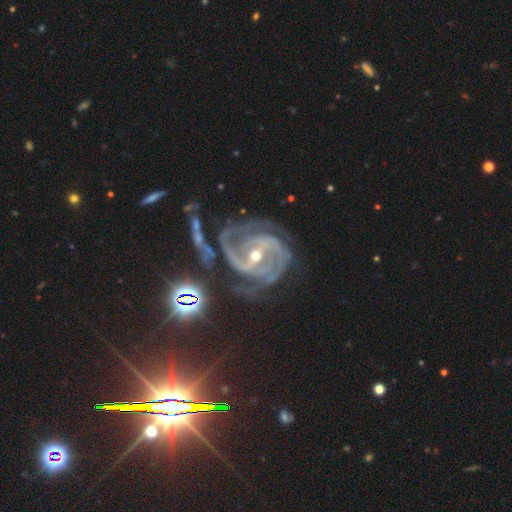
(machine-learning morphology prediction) Smooth or featured: featured or disk — 92% (star or artifact — 5%)
Edge-on disk: no — 98% (yes — 2%)
Bar: strong — 51% (weak — 34%)
Spiral arms: yes — 98% (no — 2%)
Spiral winding: tight — 49% (medium — 42%)
Spiral arm count: 2 — 47% (3 — 25%)
Bulge size: small — 51% (moderate — 46%)
Merging: none — 51% (minor disturbance — 22%)